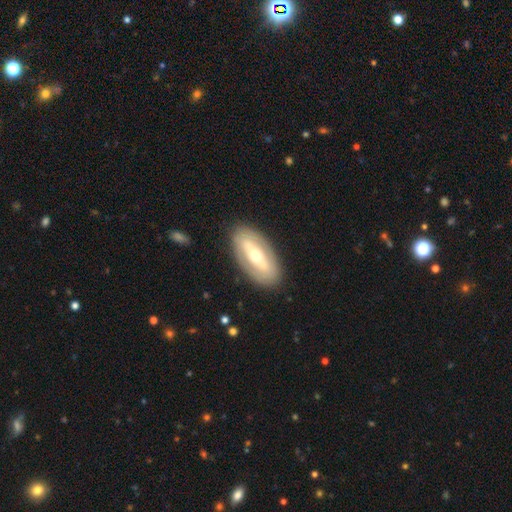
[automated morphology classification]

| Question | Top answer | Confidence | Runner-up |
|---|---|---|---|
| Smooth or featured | featured or disk | 61% | smooth (34%) |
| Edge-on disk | no | 82% | yes (18%) |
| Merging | none | 86% | minor disturbance (10%) |